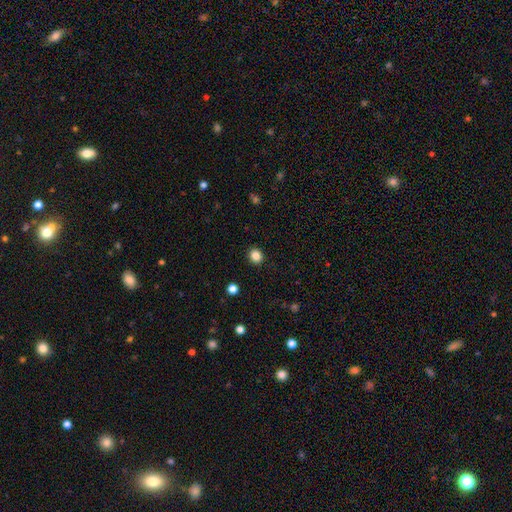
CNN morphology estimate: Smooth or featured: smooth — 85% (star or artifact — 11%)
How rounded: round — 75% (in between — 25%)
Merging: none — 91% (minor disturbance — 6%)